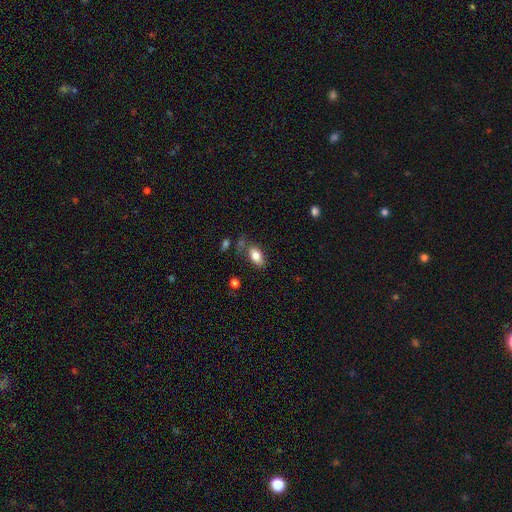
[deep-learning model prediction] smooth_or_featured: smooth (p=0.80) [alt: featured or disk p=0.12]
how_rounded: in between (p=0.90) [alt: round p=0.06]
merging: none (p=0.70) [alt: minor disturbance p=0.17]